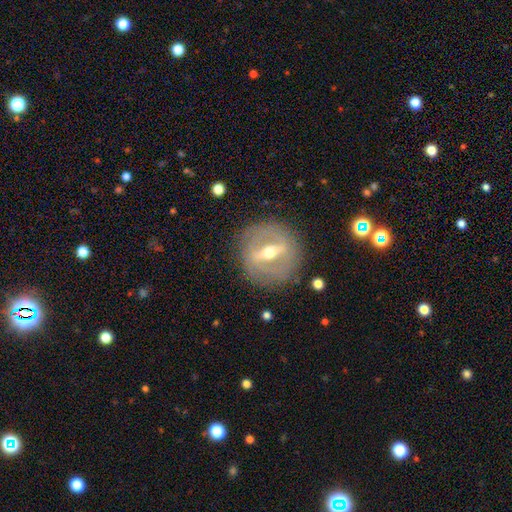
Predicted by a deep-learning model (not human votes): featured or disk 75%, smooth 15%, star or artifact 10%. Down the decision tree: edge-on disk — no (68%); bar — strong (71%); spiral arms — no (58%); bulge size — moderate (59%); merging — none (84%).